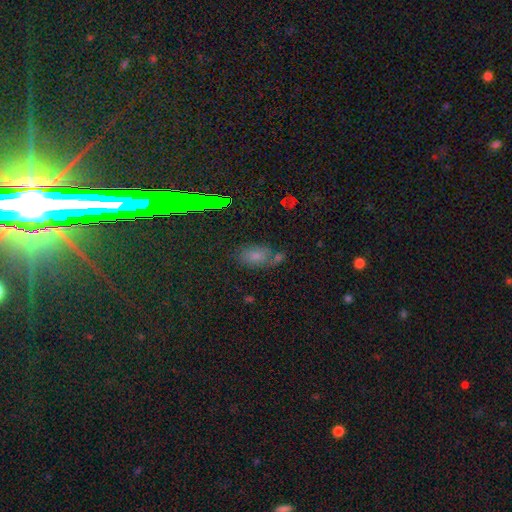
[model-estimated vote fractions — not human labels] Smooth or featured? smooth (62%)
How rounded? in between (87%)
Merging? none (61%)